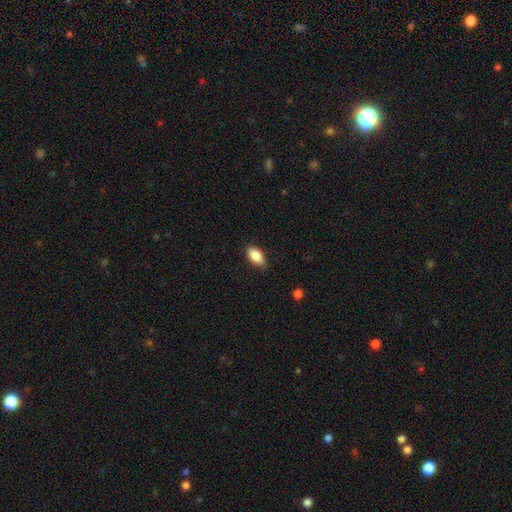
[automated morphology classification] smooth_or_featured: smooth (p=0.83) [alt: featured or disk p=0.10]
how_rounded: in between (p=0.90) [alt: cigar-shaped p=0.06]
merging: none (p=0.85) [alt: minor disturbance p=0.12]